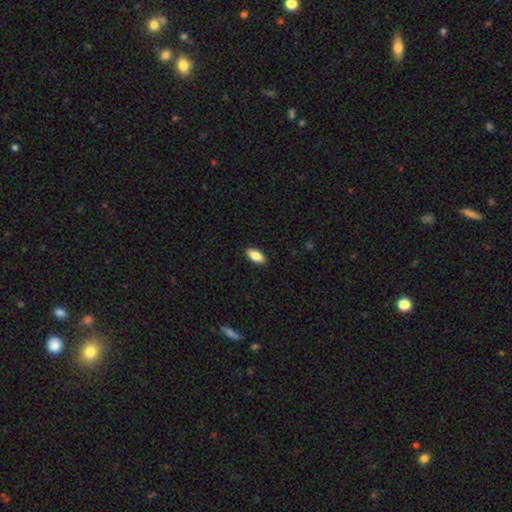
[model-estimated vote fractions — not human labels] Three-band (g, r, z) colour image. It shows a smooth galaxy with no disk features (84%) that is in between round and cigar-shaped (89%). Merging: none (90%).